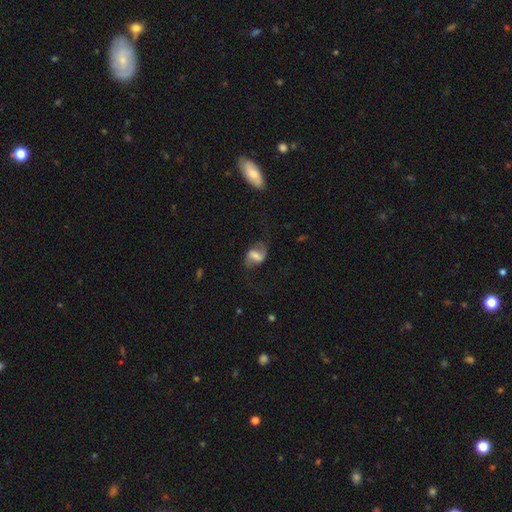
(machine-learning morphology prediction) Smooth or featured? featured or disk (62%)
Edge-on disk? no (96%)
Bar? strong (46%)
Spiral arms? yes (86%)
Spiral winding? loose (56%)
Spiral arm count? 2 (88%)
Bulge size? moderate (35%)
Merging? none (62%)